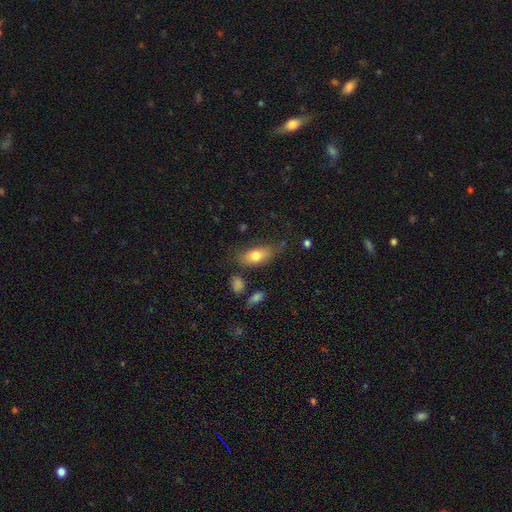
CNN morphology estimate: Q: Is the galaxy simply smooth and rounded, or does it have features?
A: smooth — 76%.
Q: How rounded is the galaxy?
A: in between — 86%.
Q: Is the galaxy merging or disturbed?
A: none — 60%.